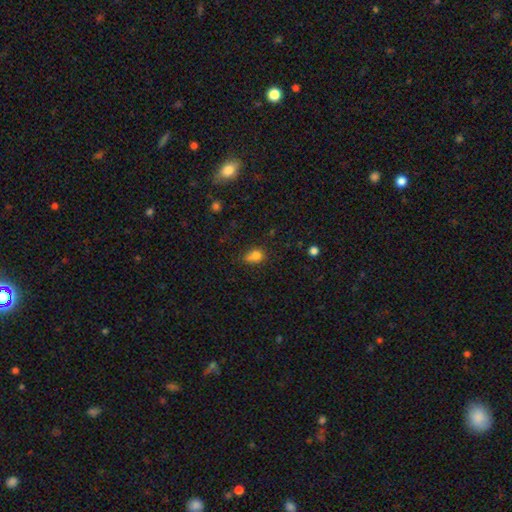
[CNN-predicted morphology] type=smooth (80%); roundness=in between (58%); merging=none (54%).